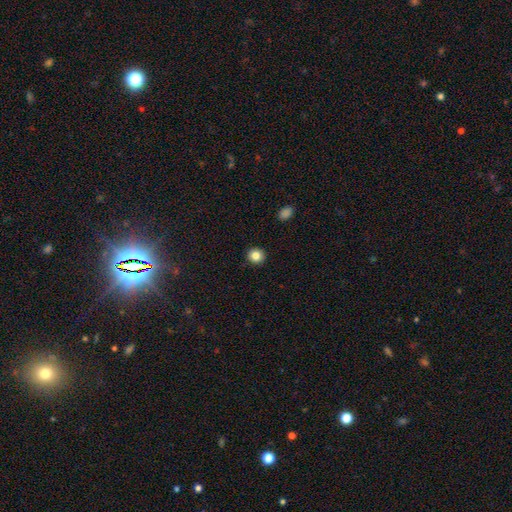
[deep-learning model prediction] Smooth or featured?
  - smooth: 85% *
  - star or artifact: 10%
  - featured or disk: 5%
How rounded?
  - round: 89% *
  - in between: 10%
  - cigar-shaped: 1%
Merging?
  - none: 92% *
  - minor disturbance: 5%
  - major disturbance: 2%
  - merger: 1%